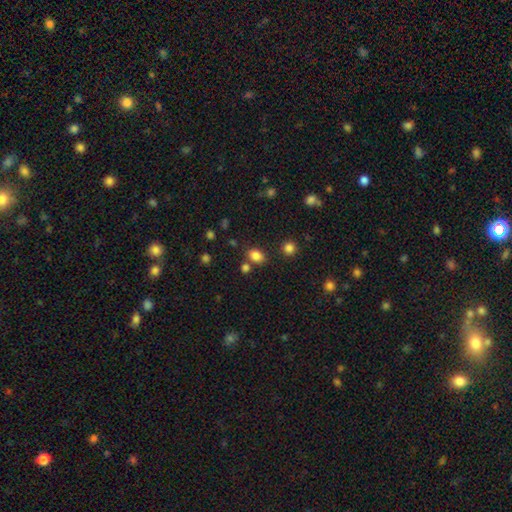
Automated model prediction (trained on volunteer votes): smooth_or_featured: smooth (p=0.83) [alt: star or artifact p=0.12]
how_rounded: in between (p=0.66) [alt: round p=0.33]
merging: none (p=0.74) [alt: merger p=0.11]